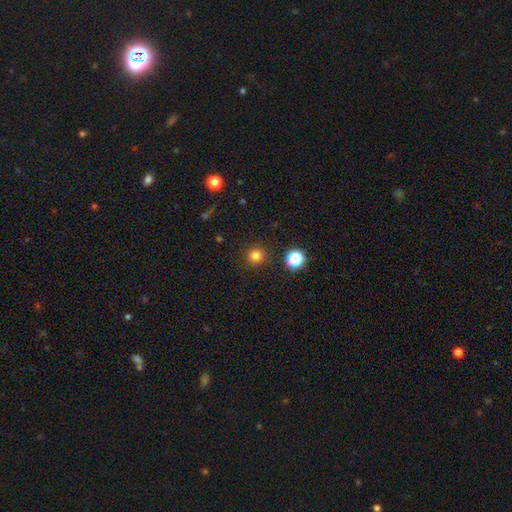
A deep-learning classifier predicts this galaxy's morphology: smooth 80%, star or artifact 15%, featured or disk 5%. Down the decision tree: how rounded — round (94%); merging — none (91%).